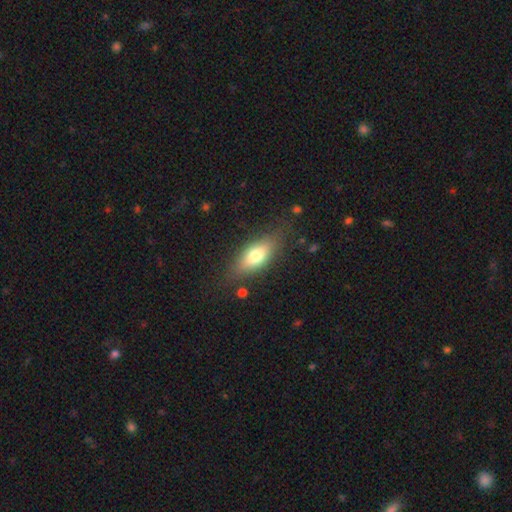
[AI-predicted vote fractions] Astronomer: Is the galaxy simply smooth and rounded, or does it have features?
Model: smooth — 70%.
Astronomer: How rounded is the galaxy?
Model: in between — 78%.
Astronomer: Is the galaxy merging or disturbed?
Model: none — 79%.